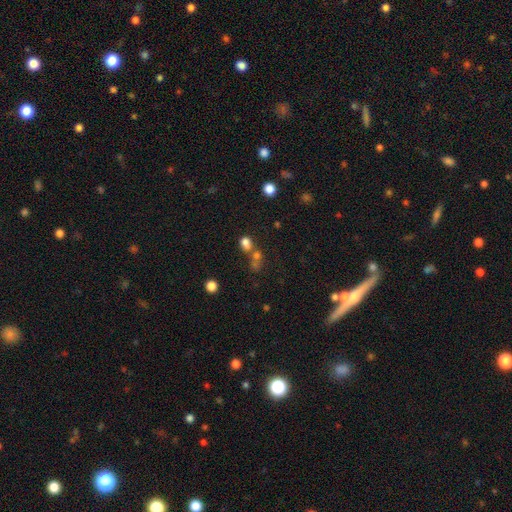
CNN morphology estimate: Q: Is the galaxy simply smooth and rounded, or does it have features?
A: smooth — 50%.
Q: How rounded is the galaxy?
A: round — 63%.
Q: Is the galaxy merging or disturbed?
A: none — 49%.